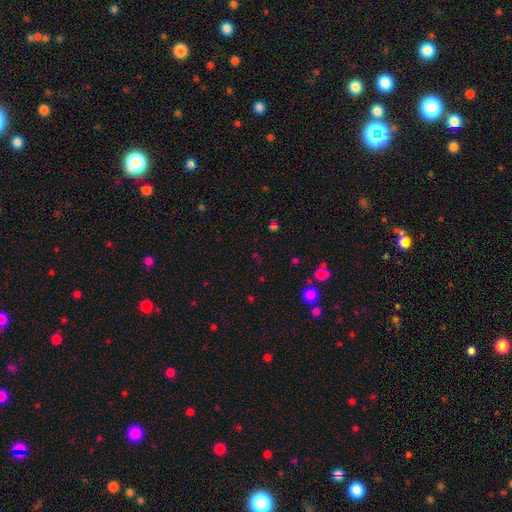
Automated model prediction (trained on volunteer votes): Smooth or featured: star or artifact — 48% (smooth — 44%)